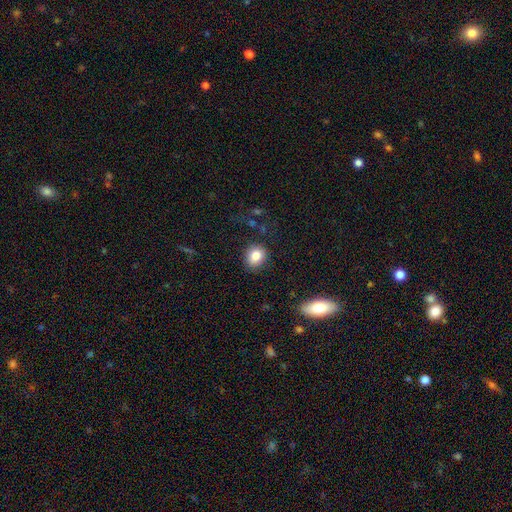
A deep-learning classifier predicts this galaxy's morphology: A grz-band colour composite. It shows a smooth galaxy with no disk features (83%) that is round (68%). Merging: none (85%).